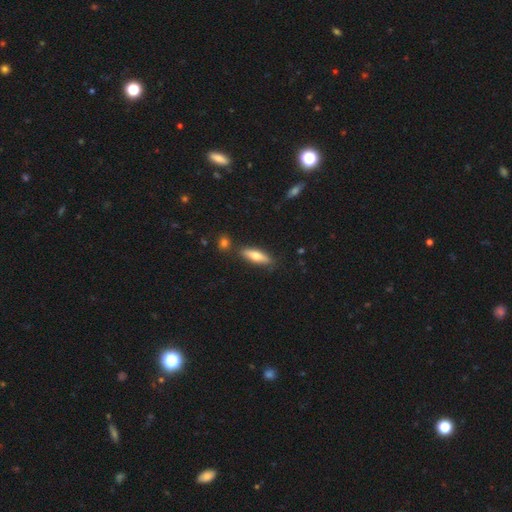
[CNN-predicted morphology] A smooth galaxy with no disk features (62%) that is cigar-shaped (58%).

Vote fractions:
- Smooth or featured? smooth: 62% / featured or disk: 32% / star or artifact: 6%
- How rounded? cigar-shaped: 58% / in between: 40% / round: 2%
- Merging? none: 81% / minor disturbance: 11% / merger: 5% / major disturbance: 2%